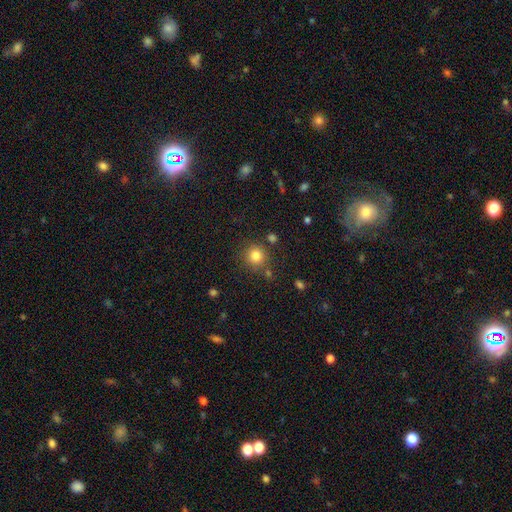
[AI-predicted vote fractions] Q: Smooth or featured?
A: smooth (81%); runner-up: star or artifact (13%)
Q: How rounded?
A: round (92%); runner-up: in between (7%)
Q: Merging?
A: none (80%); runner-up: minor disturbance (10%)